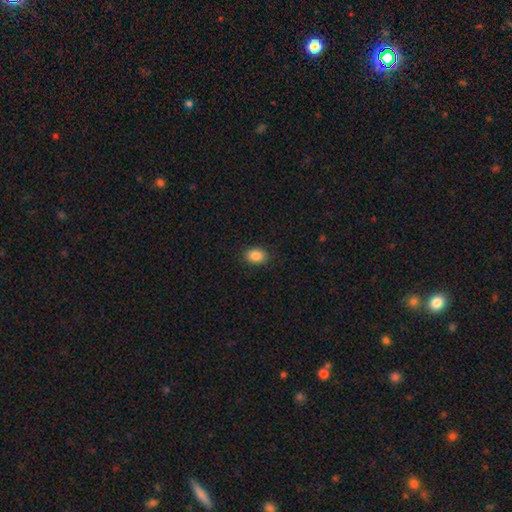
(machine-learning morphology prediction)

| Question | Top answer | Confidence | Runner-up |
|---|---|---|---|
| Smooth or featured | smooth | 87% | star or artifact (9%) |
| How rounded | in between | 73% | round (26%) |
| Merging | none | 89% | minor disturbance (8%) |